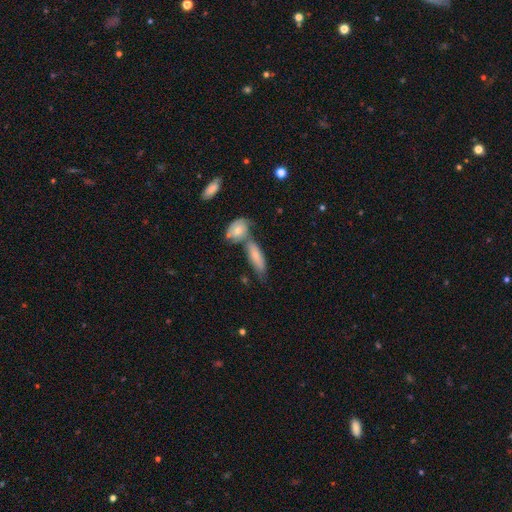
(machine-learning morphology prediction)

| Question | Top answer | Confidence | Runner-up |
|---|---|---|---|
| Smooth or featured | smooth | 71% | featured or disk (22%) |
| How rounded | in between | 50% | cigar-shaped (47%) |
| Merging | none | 43% | merger (38%) |